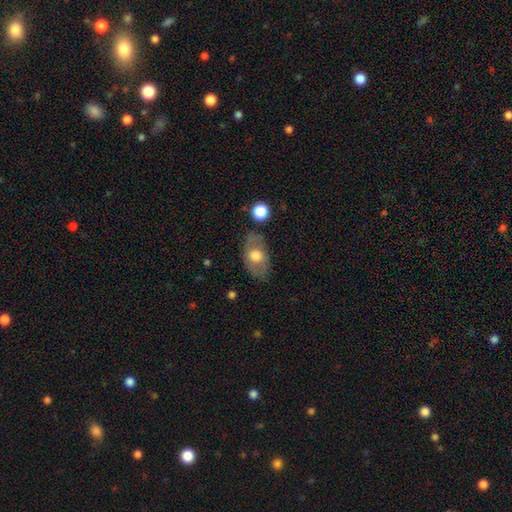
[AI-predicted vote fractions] This appears to be a smooth galaxy with no disk features (56%) that is in between round and cigar-shaped (84%). Merging: none (75%).